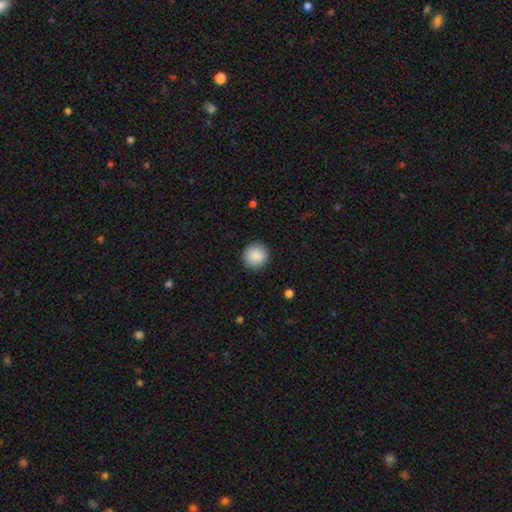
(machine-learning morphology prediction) smooth-or-featured: smooth: 89% | star or artifact: 7% | featured or disk: 4%
  how-rounded: round: 94% | in between: 5% | cigar-shaped: 1%
  merging: none: 91% | minor disturbance: 6% | major disturbance: 2% | merger: 1%